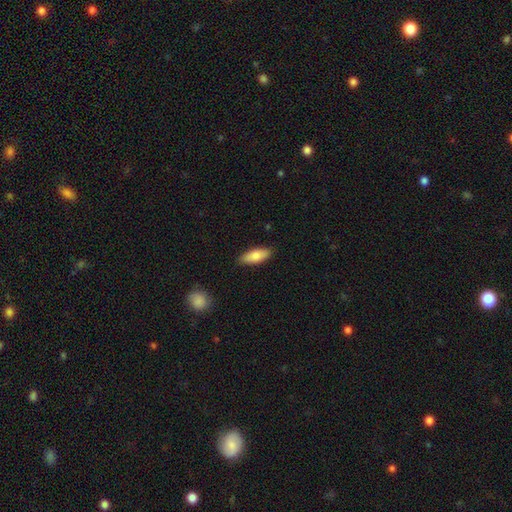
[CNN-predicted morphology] Smooth or featured? smooth (79%)
How rounded? in between (74%)
Merging? none (86%)